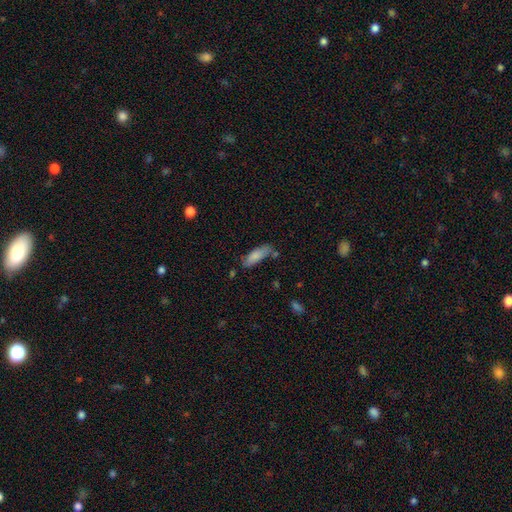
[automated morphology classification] smooth-or-featured: smooth: 83% | featured or disk: 11% | star or artifact: 7%
  how-rounded: in between: 62% | cigar-shaped: 36% | round: 2%
  merging: none: 63% | minor disturbance: 23% | merger: 9% | major disturbance: 6%